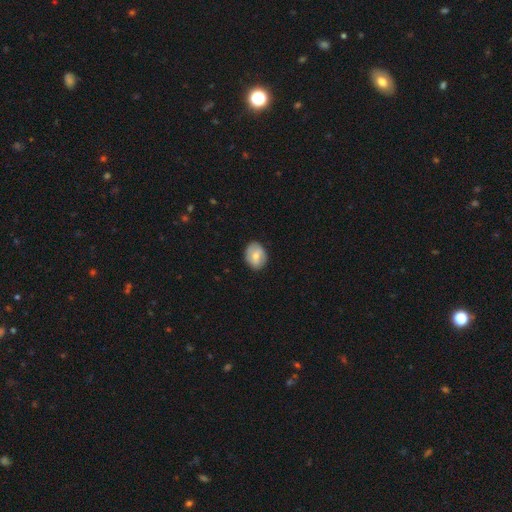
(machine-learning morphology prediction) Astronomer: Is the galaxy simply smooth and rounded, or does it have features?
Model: smooth — 63%.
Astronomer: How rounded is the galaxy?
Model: in between — 60% (runner-up: round, 39%).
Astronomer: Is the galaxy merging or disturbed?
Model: none — 84%.